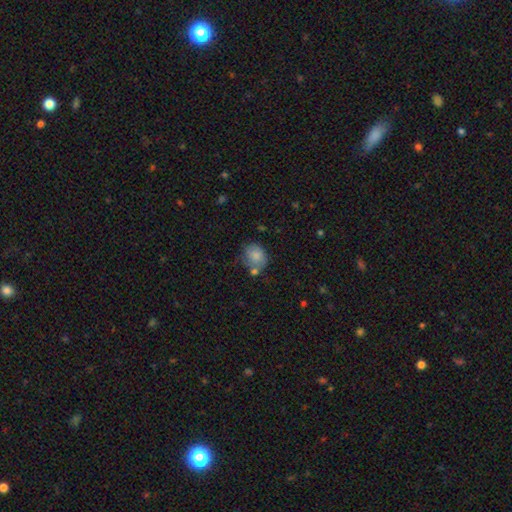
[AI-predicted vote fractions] smooth-or-featured: smooth: 76% | featured or disk: 16% | star or artifact: 8%
  how-rounded: round: 63% | in between: 36% | cigar-shaped: 1%
  merging: none: 50% | minor disturbance: 25% | merger: 15% | major disturbance: 9%